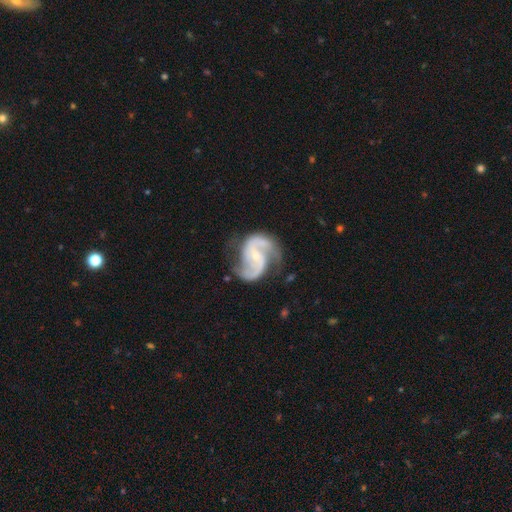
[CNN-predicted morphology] featured or disk 92%, star or artifact 4%, smooth 4%. Down the decision tree: edge-on disk — no (98%); bar — weak (42%); spiral arms — yes (98%); spiral arm count — 2 (92%); spiral winding — medium (56%); bulge size — small (66%); merging — none (68%).